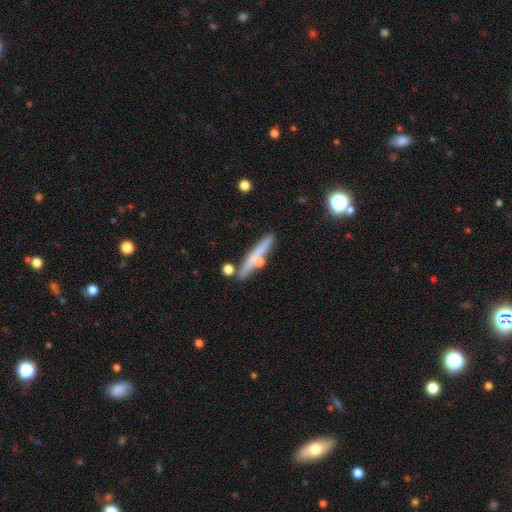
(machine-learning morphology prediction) type=smooth (47%); merging=none (75%).